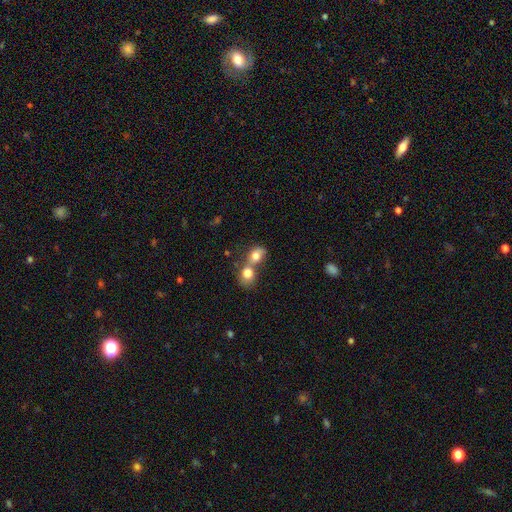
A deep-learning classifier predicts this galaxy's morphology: The model was most divided on "how rounded": round: 52%, in between: 47%, cigar-shaped: 2%. More confident: smooth or featured — smooth (77%); merging — merger (69%).